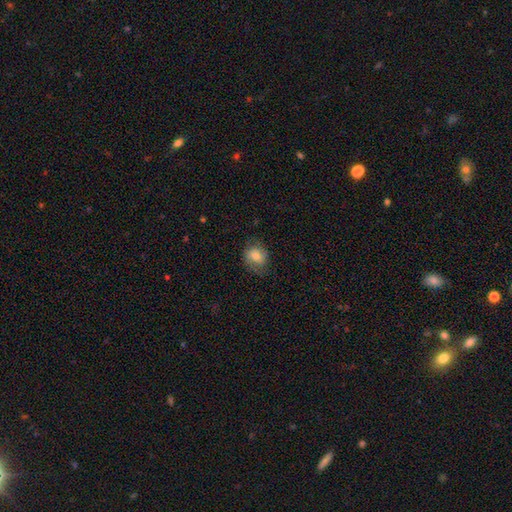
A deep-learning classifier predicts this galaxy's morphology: Smooth or featured? smooth (64%)
How rounded? round (58%)
Merging? none (66%)